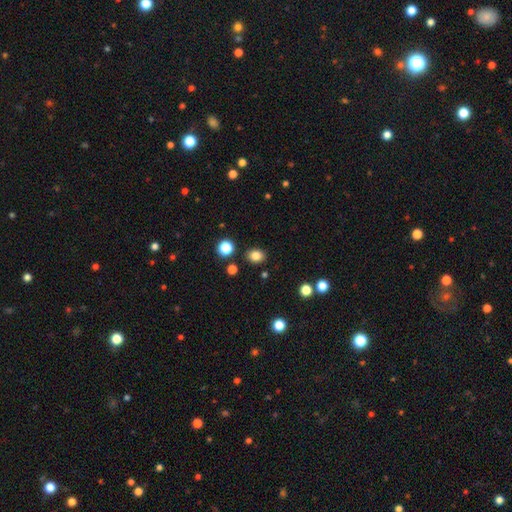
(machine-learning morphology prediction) smooth-or-featured: smooth: 83% | star or artifact: 12% | featured or disk: 5%
  how-rounded: round: 50% | in between: 49% | cigar-shaped: 1%
  merging: none: 87% | minor disturbance: 8% | merger: 3% | major disturbance: 2%